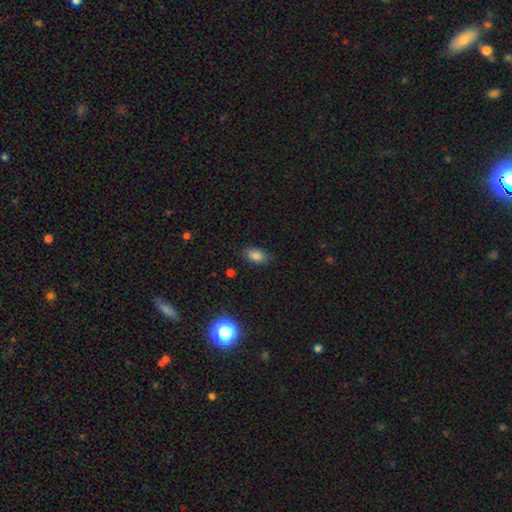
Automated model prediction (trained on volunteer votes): smooth-or-featured: smooth: 83% | star or artifact: 11% | featured or disk: 6%
  how-rounded: in between: 89% | round: 8% | cigar-shaped: 3%
  merging: none: 81% | minor disturbance: 14% | major disturbance: 3% | merger: 1%